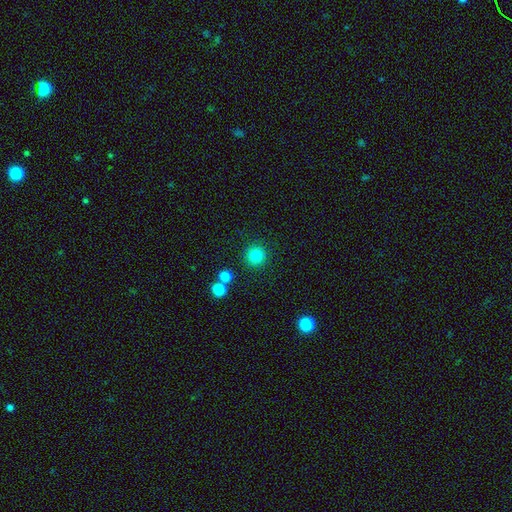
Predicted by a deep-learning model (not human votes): Q: Smooth or featured?
A: smooth (84%); runner-up: star or artifact (12%)
Q: How rounded?
A: round (94%); runner-up: in between (5%)
Q: Merging?
A: none (89%); runner-up: minor disturbance (5%)